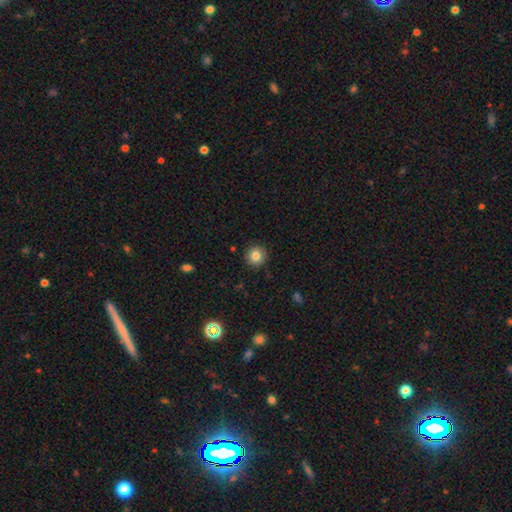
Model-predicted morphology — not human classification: Smooth or featured? Predicted: smooth (p=0.83). How rounded? Predicted: round (p=0.95). Merging? Predicted: none (p=0.91).